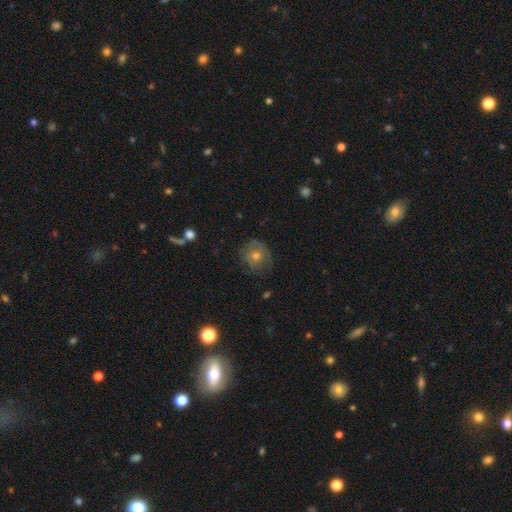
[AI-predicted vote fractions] Q: Smooth or featured?
A: smooth (47%); runner-up: featured or disk (38%)
Q: Merging?
A: none (77%); runner-up: minor disturbance (16%)